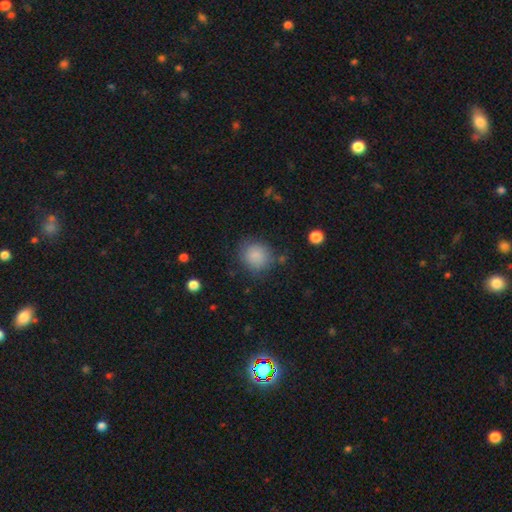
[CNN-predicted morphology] smooth_or_featured: smooth (p=0.86) [alt: star or artifact p=0.09]
how_rounded: round (p=0.84) [alt: in between p=0.15]
merging: none (p=0.77) [alt: minor disturbance p=0.15]